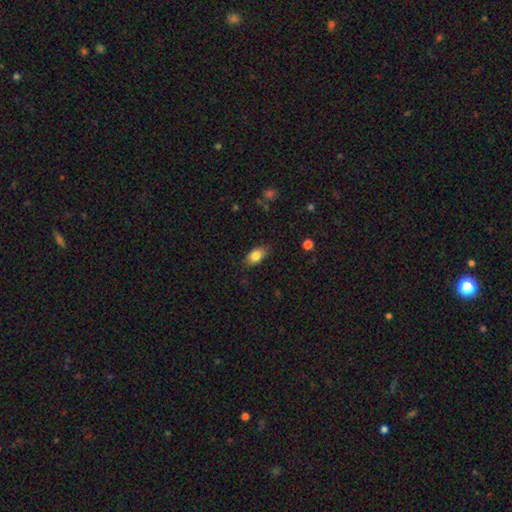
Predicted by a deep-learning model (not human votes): Smooth or featured? Predicted: smooth (p=0.84). How rounded? Predicted: in between (p=0.89). Merging? Predicted: none (p=0.83).